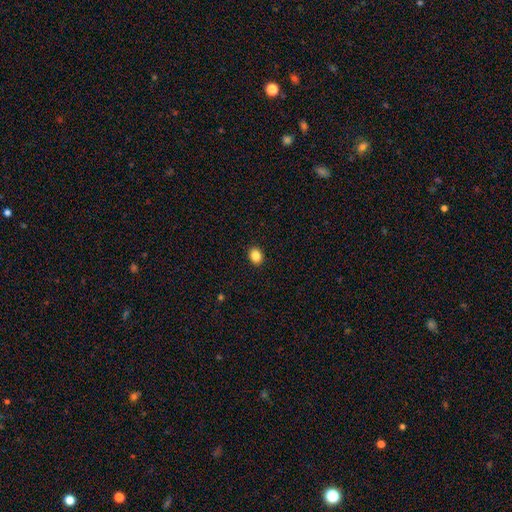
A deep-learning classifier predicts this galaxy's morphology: This is clearly a smooth galaxy (86%). How rounded: possibly round (53%). Merging: clearly none (92%).